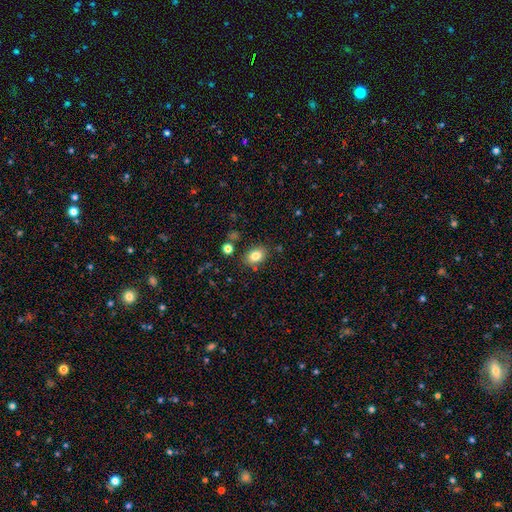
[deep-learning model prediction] The model was most divided on "how rounded": in between: 76%, round: 23%, cigar-shaped: 1%. More confident: smooth or featured — smooth (82%); merging — none (82%).